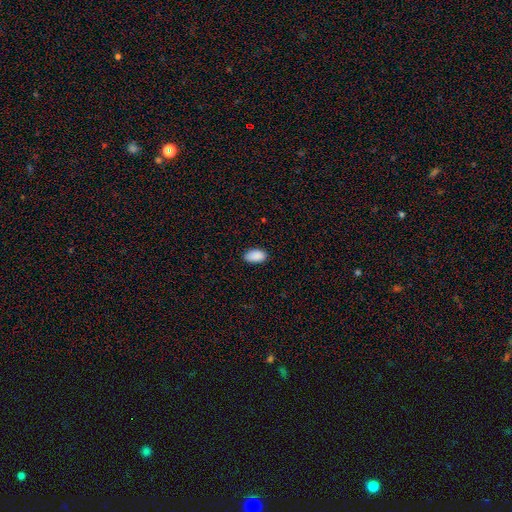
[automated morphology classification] This appears to be a smooth galaxy with no disk features (90%) that is in between round and cigar-shaped (94%). Merging: none (83%).